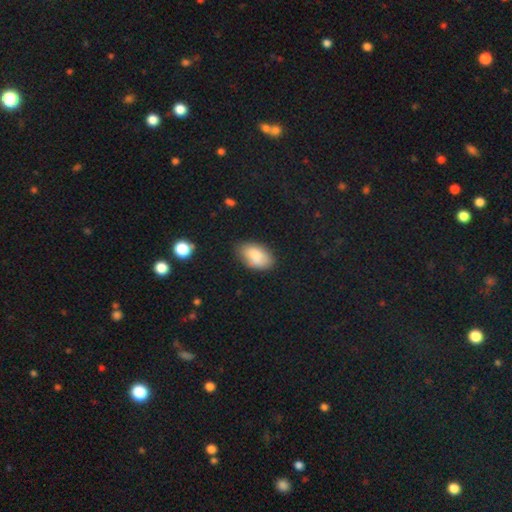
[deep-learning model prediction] smooth_or_featured: smooth (p=0.81) [alt: featured or disk p=0.12]
how_rounded: in between (p=0.94) [alt: round p=0.05]
merging: none (p=0.73) [alt: minor disturbance p=0.21]